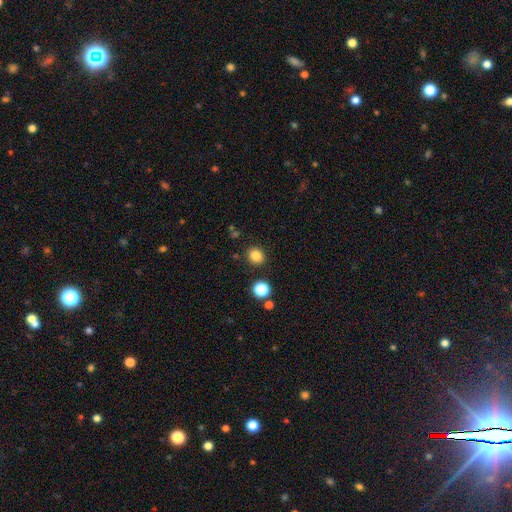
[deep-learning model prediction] smooth-or-featured: smooth: 83% | star or artifact: 13% | featured or disk: 4%
  how-rounded: round: 68% | in between: 32% | cigar-shaped: 1%
  merging: none: 86% | minor disturbance: 8% | merger: 3% | major disturbance: 3%